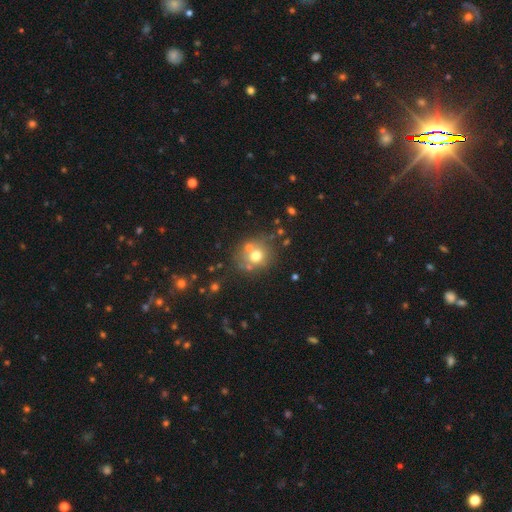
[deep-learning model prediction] The model was most divided on "merging": none: 63%, merger: 20%, minor disturbance: 12%, major disturbance: 5%. More confident: how rounded — round (85%); smooth or featured — smooth (67%).